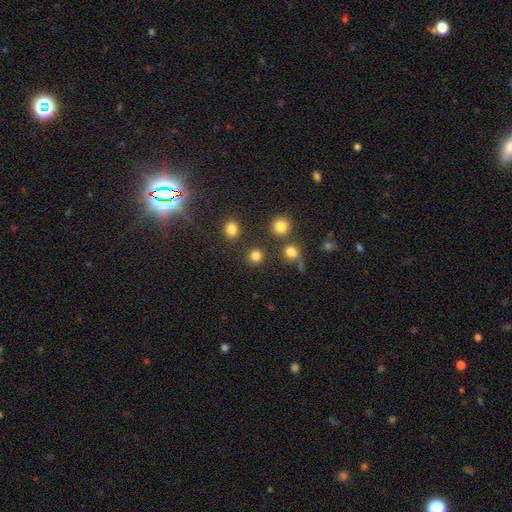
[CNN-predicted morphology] A smooth galaxy with no disk features (81%) that is round (90%). Merging: none (80%).